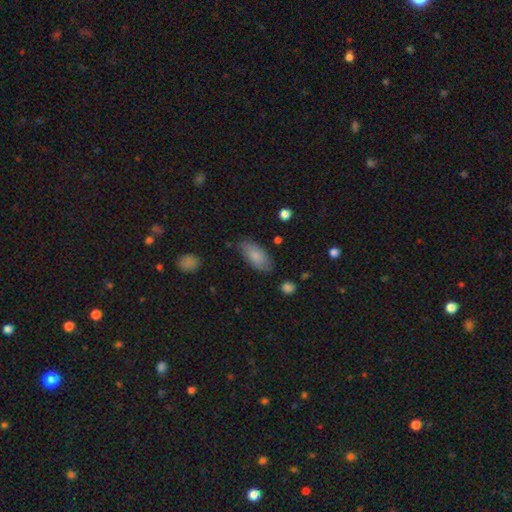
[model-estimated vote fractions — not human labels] A smooth galaxy with no disk features (82%) that is in between round and cigar-shaped (88%).

Vote fractions:
- Smooth or featured? smooth: 82% / featured or disk: 12% / star or artifact: 6%
- How rounded? in between: 88% / cigar-shaped: 10% / round: 2%
- Merging? none: 78% / minor disturbance: 16% / major disturbance: 4% / merger: 2%